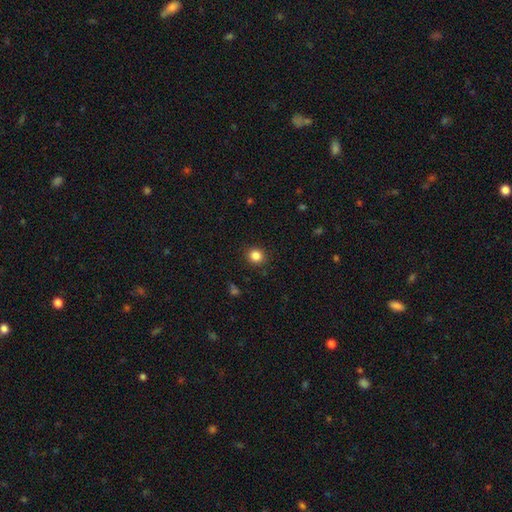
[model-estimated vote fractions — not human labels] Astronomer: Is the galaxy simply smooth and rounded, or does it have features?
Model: smooth — 85%.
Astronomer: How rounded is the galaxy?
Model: round — 84%.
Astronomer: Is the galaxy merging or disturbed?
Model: none — 90%.